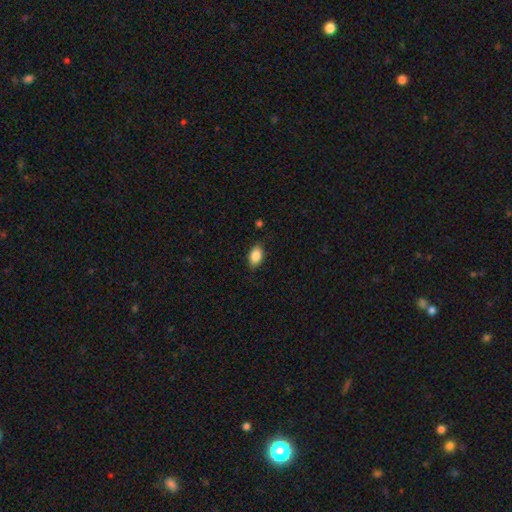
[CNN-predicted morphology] Smooth or featured? smooth (86%)
How rounded? in between (89%)
Merging? none (82%)